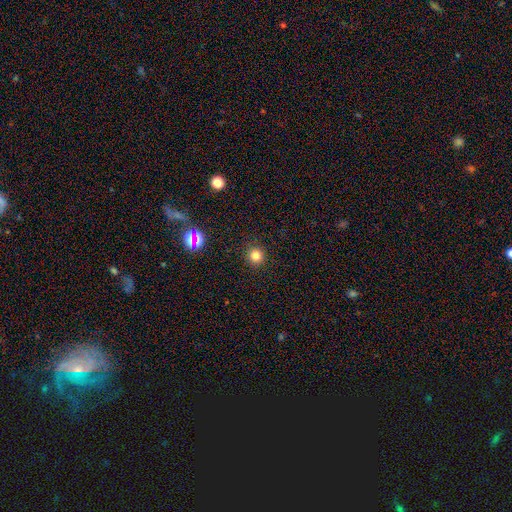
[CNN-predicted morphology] Smooth or featured? smooth (79%)
How rounded? round (94%)
Merging? none (91%)